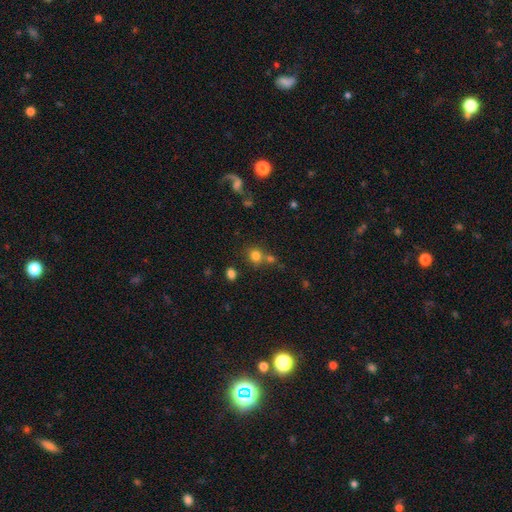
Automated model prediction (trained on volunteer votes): A smooth galaxy with no disk features (77%) that is round (81%).

Vote fractions:
- Smooth or featured? smooth: 77% / star or artifact: 15% / featured or disk: 8%
- How rounded? round: 81% / in between: 18% / cigar-shaped: 1%
- Merging? none: 60% / merger: 26% / minor disturbance: 9% / major disturbance: 4%